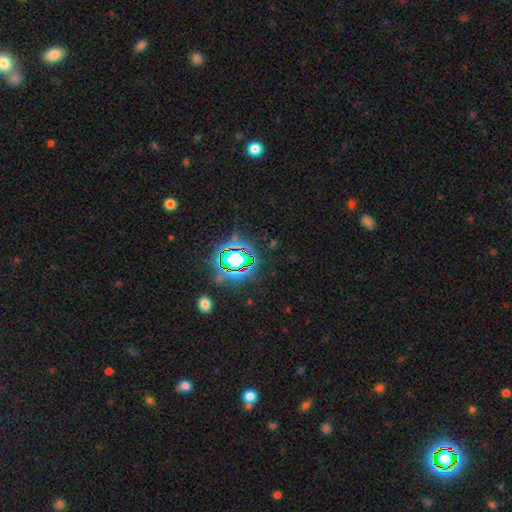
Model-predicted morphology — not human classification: type=star or artifact (79%).